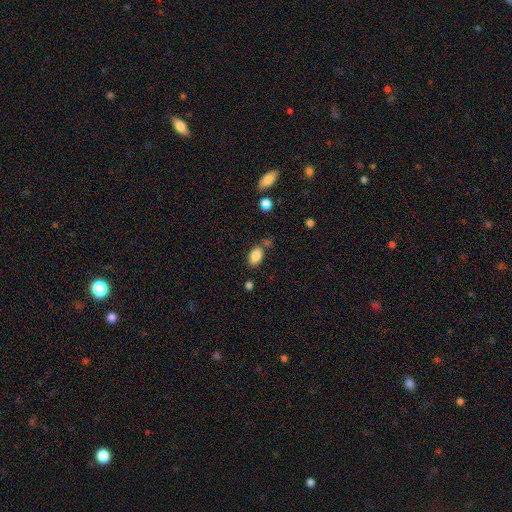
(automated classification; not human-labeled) smooth 85%, star or artifact 8%, featured or disk 7%. Down the decision tree: how rounded — in between (88%); merging — none (70%).